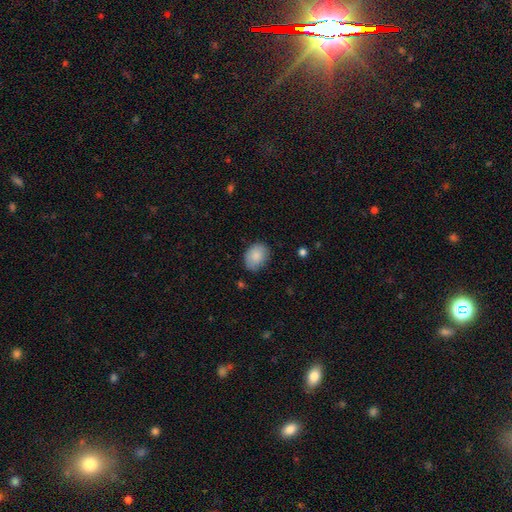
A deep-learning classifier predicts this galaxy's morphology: Smooth or featured? Predicted: smooth (p=0.87). How rounded? Predicted: in between (p=0.66). Merging? Predicted: none (p=0.77).